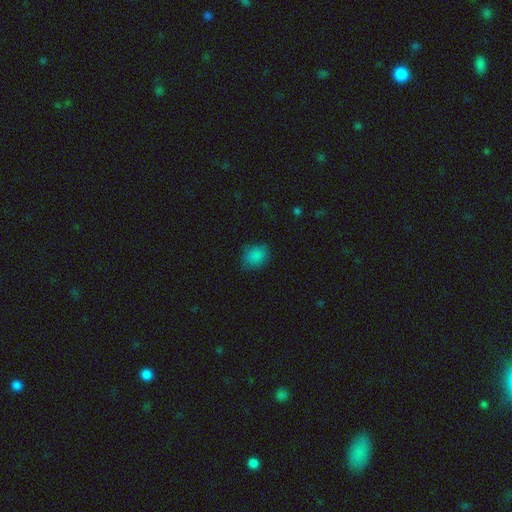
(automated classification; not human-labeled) Smooth or featured: smooth — 84% (star or artifact — 11%)
How rounded: round — 52% (in between — 46%)
Merging: none — 75% (minor disturbance — 20%)